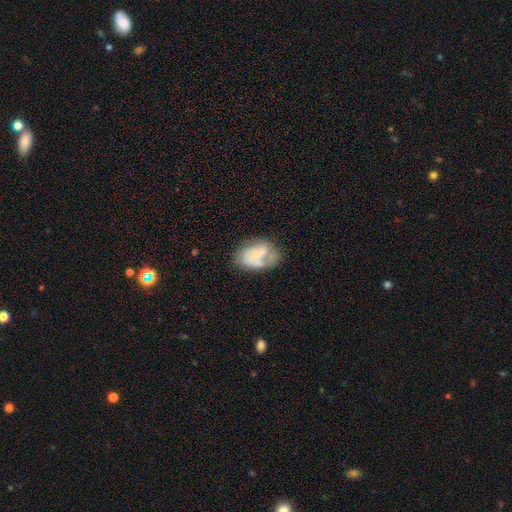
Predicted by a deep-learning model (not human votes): featured or disk 61%, smooth 32%, star or artifact 7%. Down the decision tree: edge-on disk — no (97%); bar — no (74%); spiral arms — yes (68%); bulge size — small (62%); merging — none (47%).